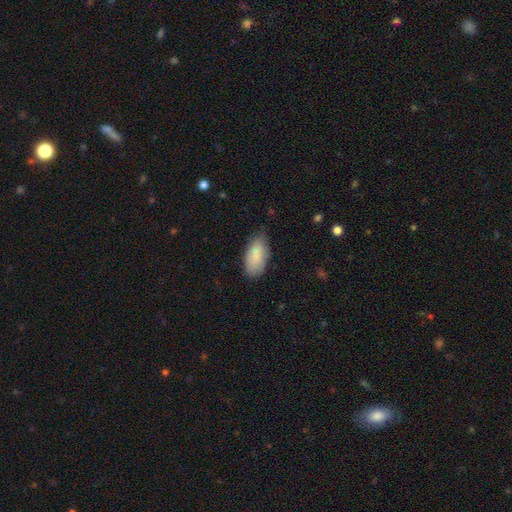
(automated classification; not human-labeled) The model was most divided on "merging": none: 70%, minor disturbance: 24%, major disturbance: 4%, merger: 1%. More confident: how rounded — in between (93%); smooth or featured — smooth (86%).